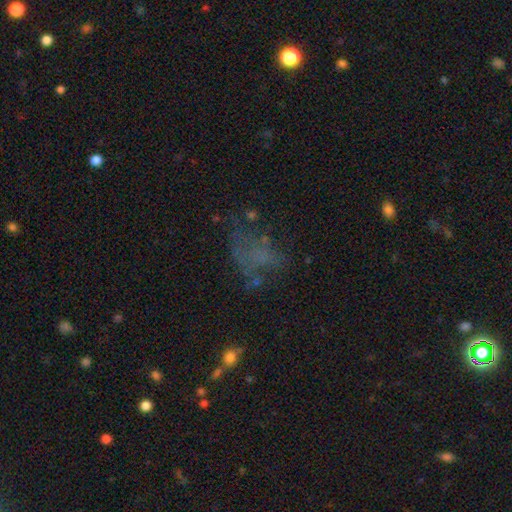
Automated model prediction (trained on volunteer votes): Q: Smooth or featured?
A: smooth (35%); runner-up: featured or disk (34%)
Q: Merging?
A: none (42%); runner-up: major disturbance (33%)